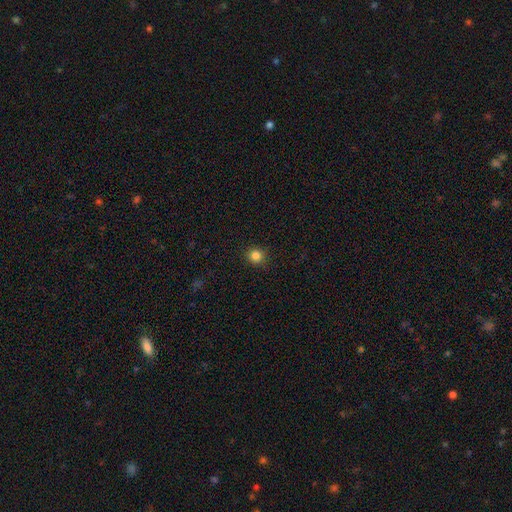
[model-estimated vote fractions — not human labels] Smooth or featured? smooth (84%)
How rounded? round (90%)
Merging? none (92%)